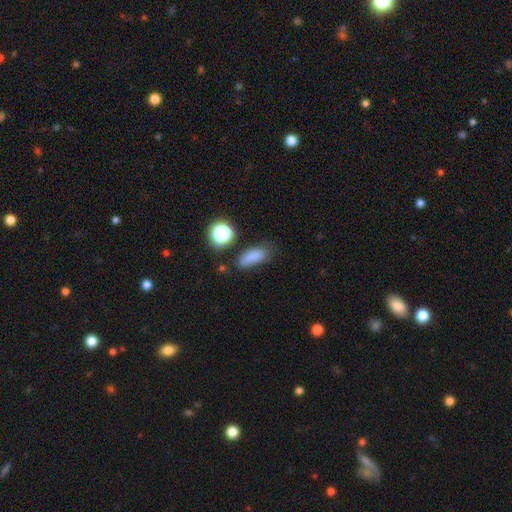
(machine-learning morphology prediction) This is likely a smooth galaxy (78%). How rounded: likely in between (71%). Merging: likely none (65%).